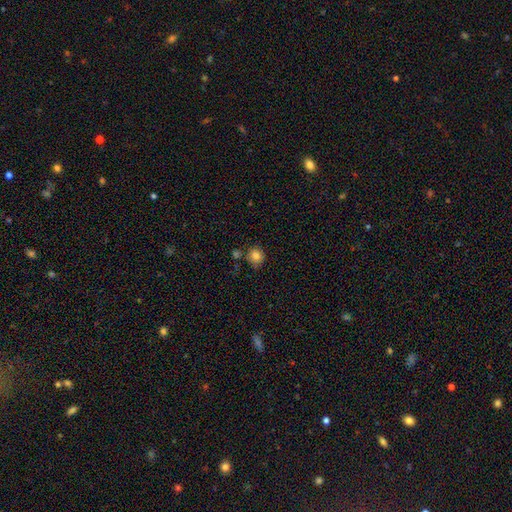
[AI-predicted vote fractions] The model was most divided on "merging": none: 75%, minor disturbance: 12%, merger: 9%, major disturbance: 3%. More confident: how rounded — round (87%); smooth or featured — smooth (83%).